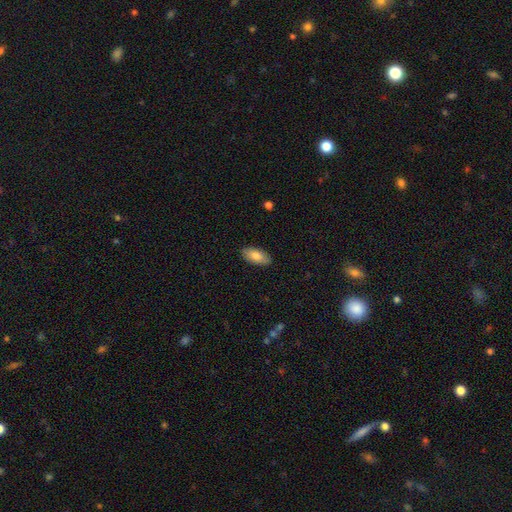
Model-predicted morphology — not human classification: This appears to be a smooth galaxy with no disk features (83%) that is in between round and cigar-shaped (90%). Merging: none (88%).